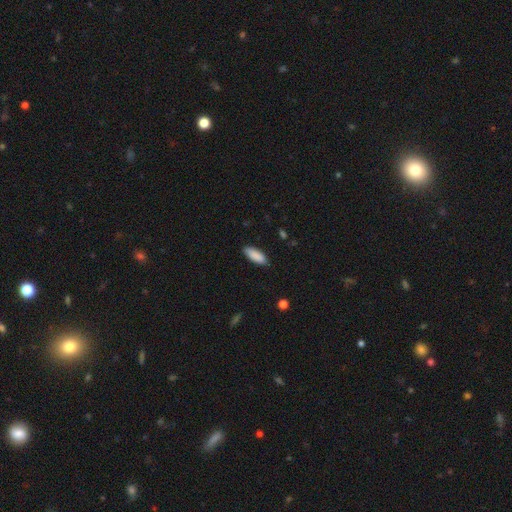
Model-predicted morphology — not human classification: The model was most divided on "how rounded": in between: 72%, cigar-shaped: 27%, round: 1%. More confident: smooth or featured — smooth (89%); merging — none (86%).